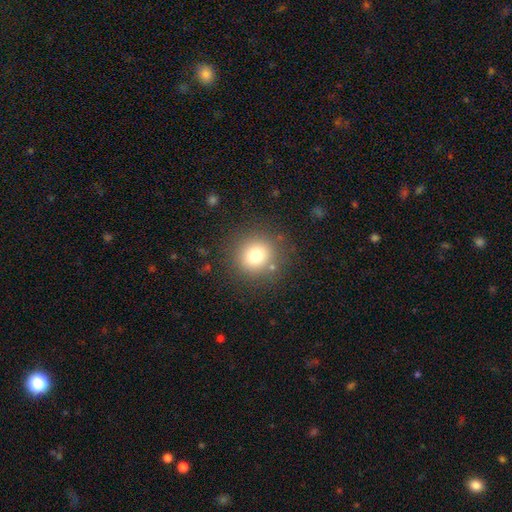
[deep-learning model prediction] The model was most divided on "smooth or featured": smooth: 77%, star or artifact: 14%, featured or disk: 10%. More confident: how rounded — round (91%); merging — none (86%).